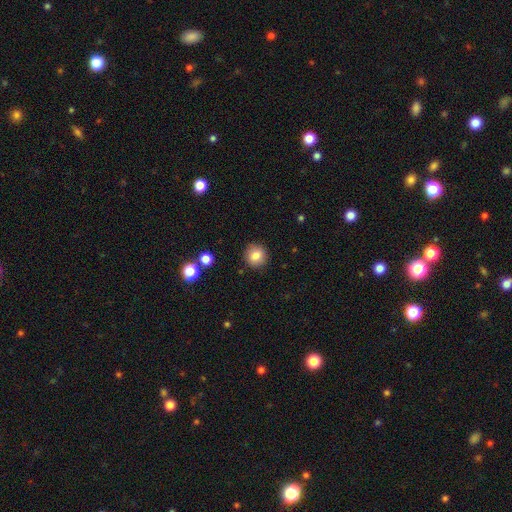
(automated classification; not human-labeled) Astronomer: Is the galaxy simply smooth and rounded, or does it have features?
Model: smooth — 83%.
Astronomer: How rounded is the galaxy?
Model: round — 91%.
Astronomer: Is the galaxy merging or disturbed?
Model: none — 89%.